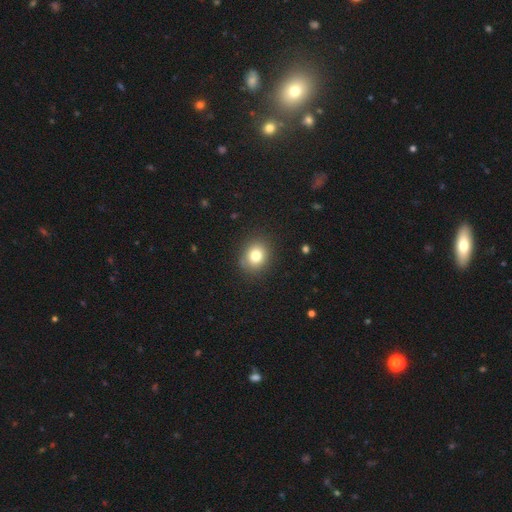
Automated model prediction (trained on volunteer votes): This is likely a smooth galaxy (79%). How rounded: likely round (65%). Merging: clearly none (86%).